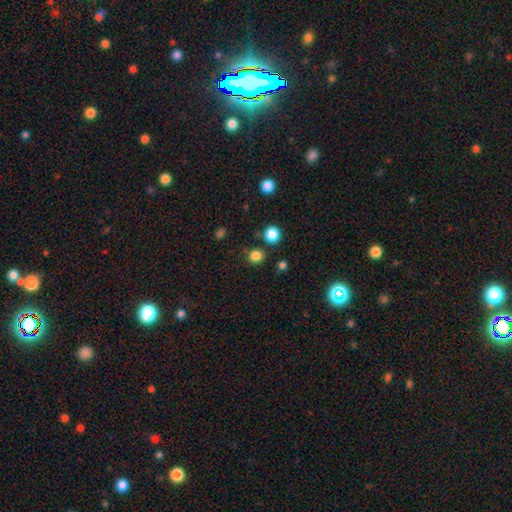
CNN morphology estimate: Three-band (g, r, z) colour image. It shows a smooth galaxy with no disk features (82%) that is round (88%). Merging: none (83%).